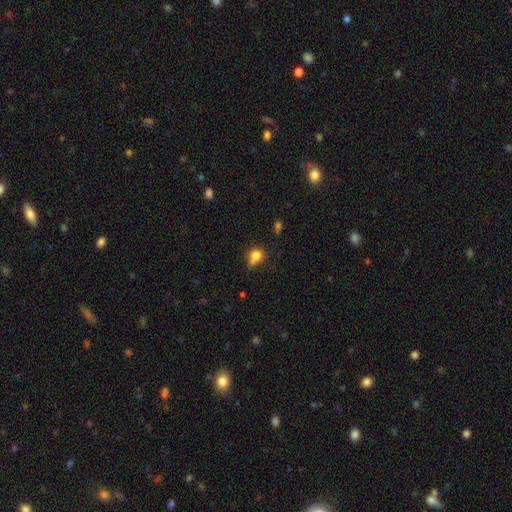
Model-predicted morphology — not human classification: This appears to be a smooth galaxy with no disk features (78%) that is round (66%). Merging: none (45%).